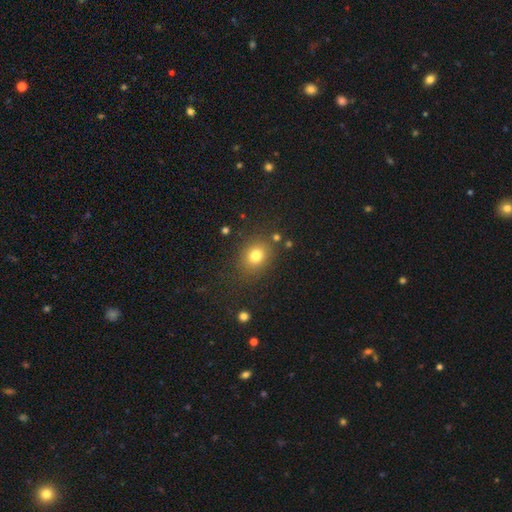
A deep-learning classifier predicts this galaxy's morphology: smooth_or_featured: smooth (p=0.78) [alt: star or artifact p=0.14]
how_rounded: round (p=0.64) [alt: in between p=0.35]
merging: none (p=0.81) [alt: minor disturbance p=0.11]